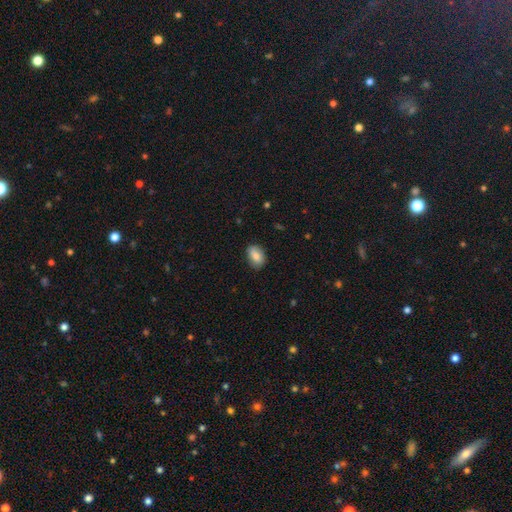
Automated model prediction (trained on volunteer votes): Smooth or featured? Predicted: smooth (p=0.80). How rounded? Predicted: in between (p=0.86). Merging? Predicted: none (p=0.80).